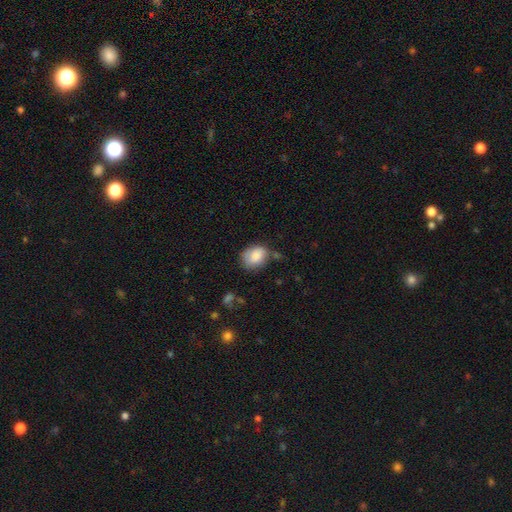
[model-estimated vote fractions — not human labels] The model was most divided on "how rounded": in between: 62%, round: 37%, cigar-shaped: 1%. More confident: smooth or featured — smooth (84%); merging — none (60%).